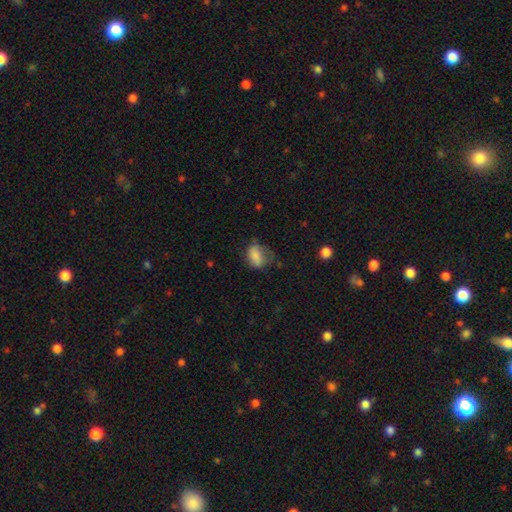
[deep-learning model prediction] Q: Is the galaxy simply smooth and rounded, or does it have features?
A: smooth — 76%.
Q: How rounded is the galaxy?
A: in between — 76%.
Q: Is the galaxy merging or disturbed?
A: none — 44%.